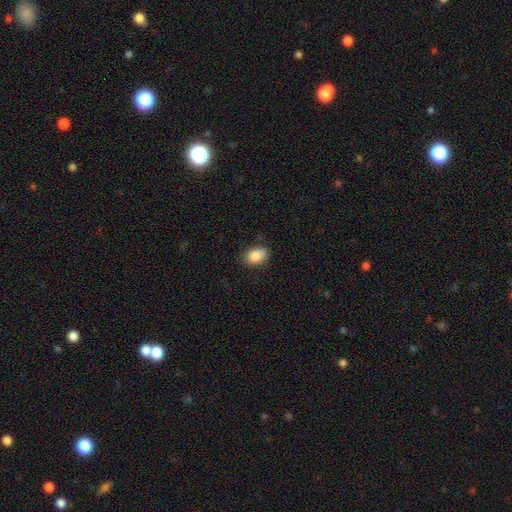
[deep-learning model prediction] Smooth or featured? Predicted: smooth (p=0.87). How rounded? Predicted: in between (p=0.83). Merging? Predicted: none (p=0.79).